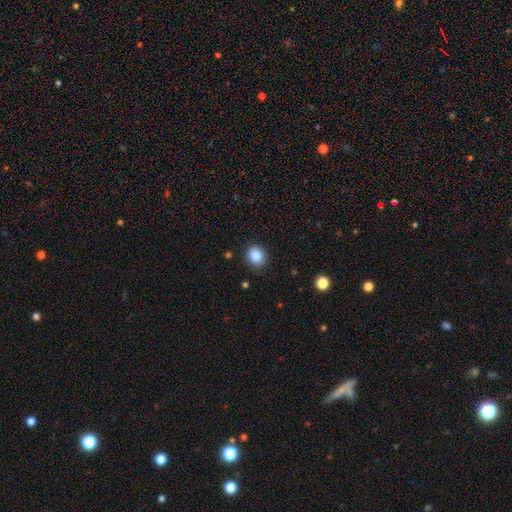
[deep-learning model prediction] Overall: smooth (87%). How rounded: round (67%; in between 32%). Merging: none (87%).